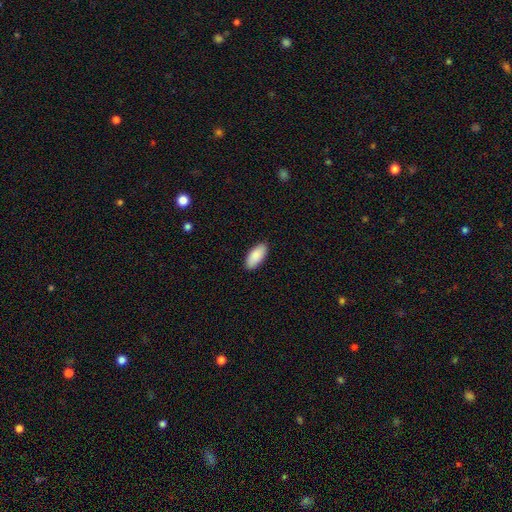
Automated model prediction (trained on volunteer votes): This appears to be a smooth galaxy with no disk features (90%) that is in between round and cigar-shaped (91%). Merging: none (89%).